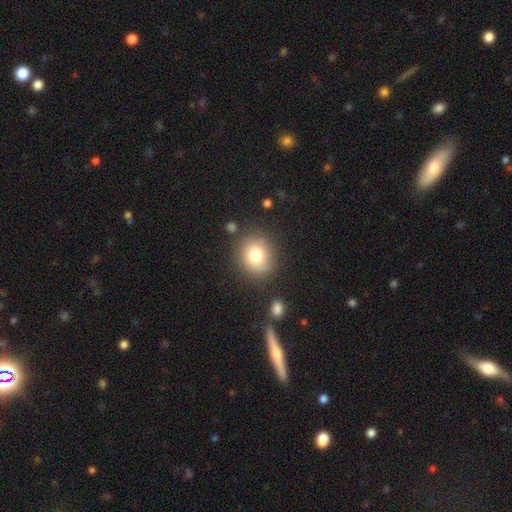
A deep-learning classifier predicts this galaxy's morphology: This is likely a smooth galaxy (78%). How rounded: likely round (76%). Merging: clearly none (81%).